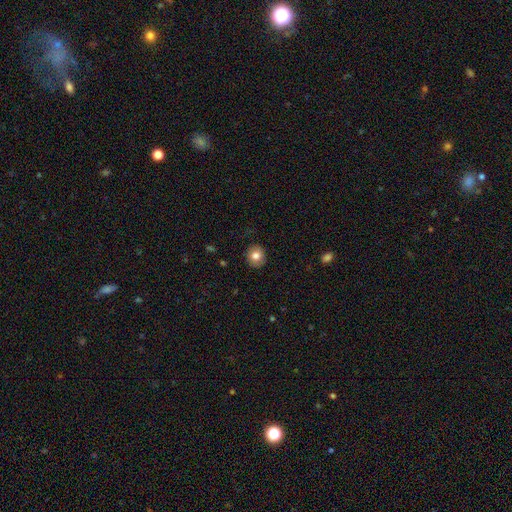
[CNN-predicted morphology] smooth_or_featured: smooth (p=0.81) [alt: featured or disk p=0.10]
how_rounded: round (p=0.83) [alt: in between p=0.16]
merging: none (p=0.88) [alt: minor disturbance p=0.09]